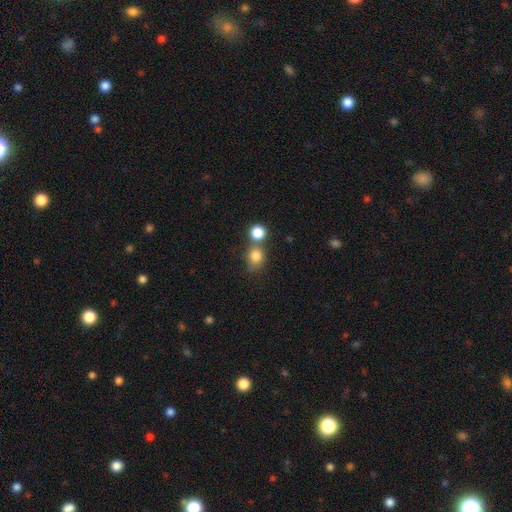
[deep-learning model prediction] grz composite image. It shows a smooth galaxy with no disk features (82%) that is round (70%). Merging: none (47%).